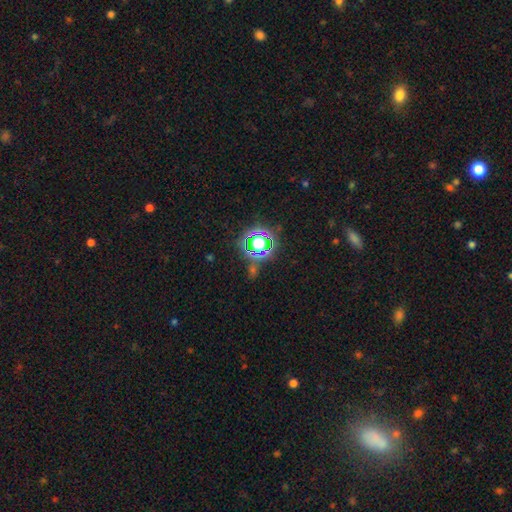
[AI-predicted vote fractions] star or artifact 78%, smooth 14%, featured or disk 8%.